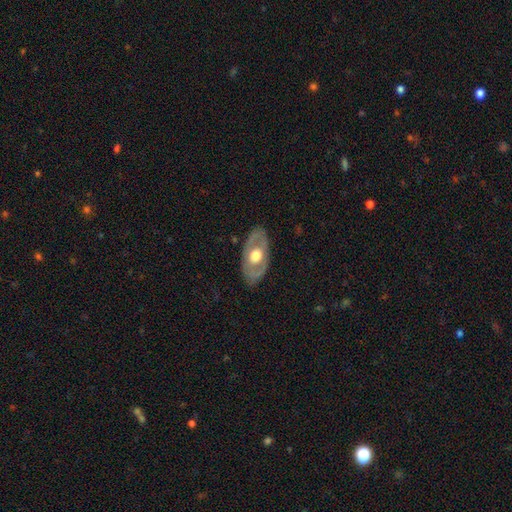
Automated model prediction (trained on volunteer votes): This appears to be a featured or disk galaxy (59%) with no bar (86%), no spiral arms (81%) and a moderate central bulge (57%). Merging: none (83%).